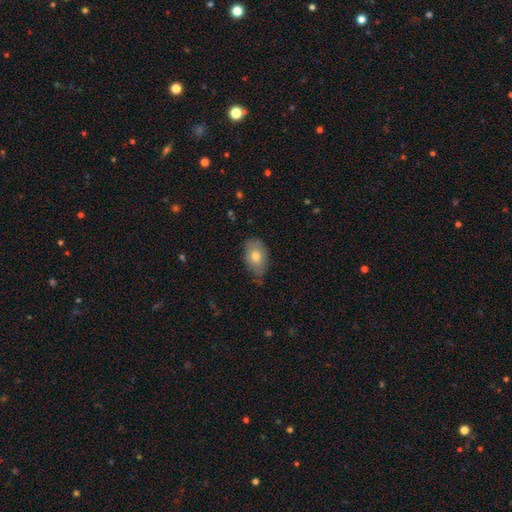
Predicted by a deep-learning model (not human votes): This appears to be a smooth galaxy with no disk features (71%) that is in between round and cigar-shaped (86%). Merging: none (57%).